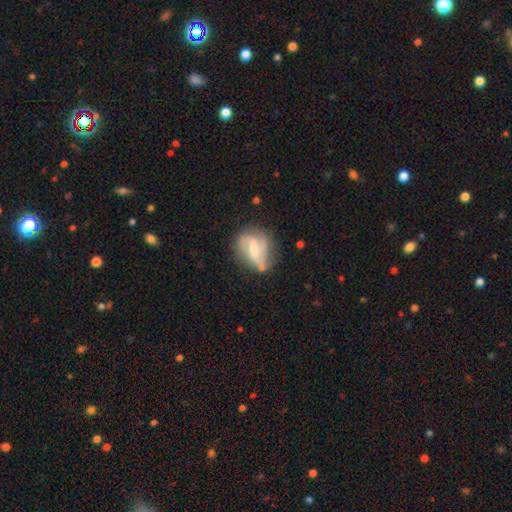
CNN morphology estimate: Smooth or featured? featured or disk (64%)
Edge-on disk? no (96%)
Bar? weak (46%)
Spiral arms? yes (78%)
Bulge size? small (50%)
Merging? none (49%)